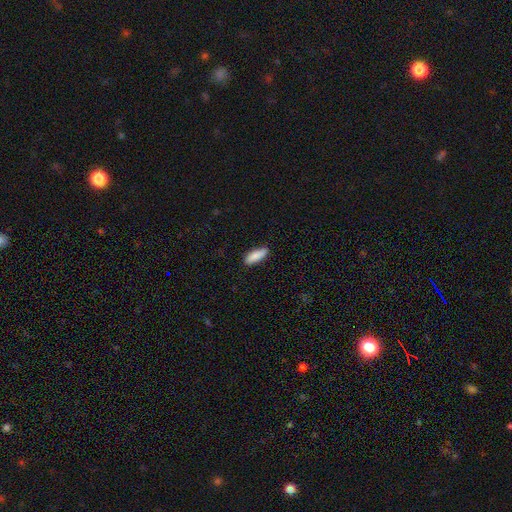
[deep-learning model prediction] Morphology: type=smooth (88%); roundness=in between (59%); merging=none (85%).